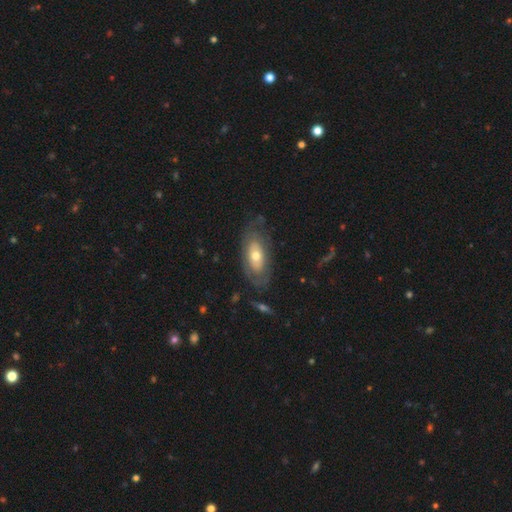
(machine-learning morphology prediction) This appears to be a featured or disk galaxy (54%). Merging: none (69%).